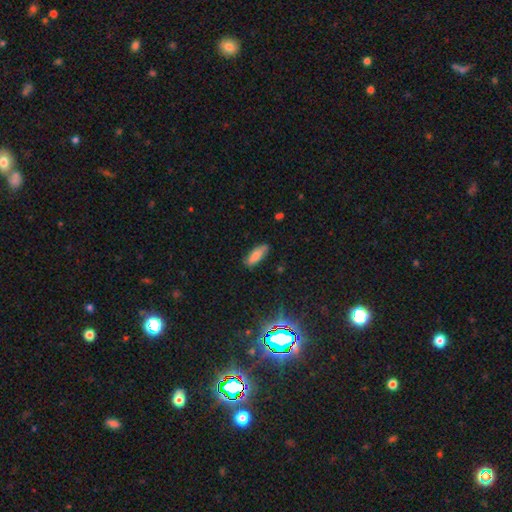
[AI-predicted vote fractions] Morphology: type=smooth (80%); roundness=in between (64%); merging=none (81%).